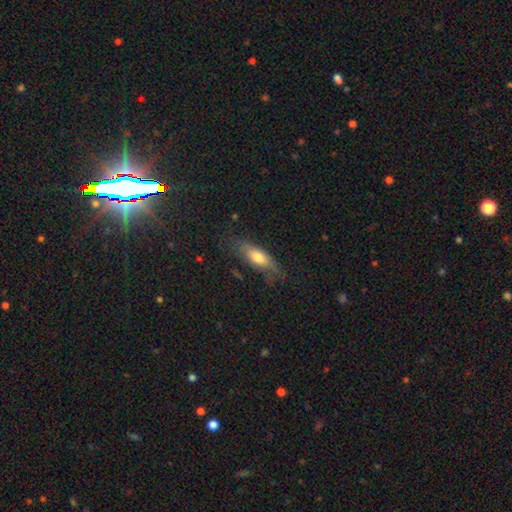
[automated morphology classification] type=smooth (59%); roundness=in between (54%); merging=none (68%).